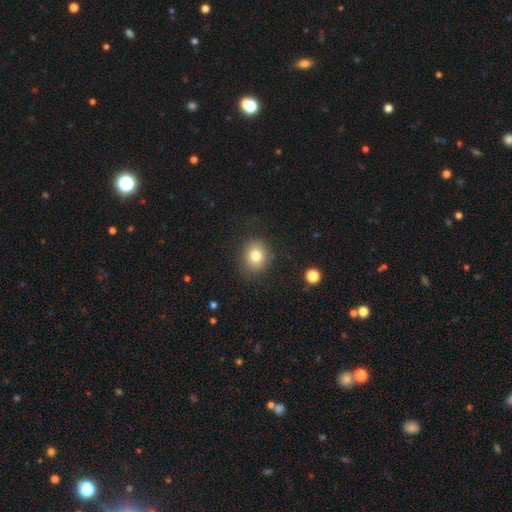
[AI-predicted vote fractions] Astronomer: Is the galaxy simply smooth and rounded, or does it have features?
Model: smooth — 78%.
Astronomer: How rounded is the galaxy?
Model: round — 70%.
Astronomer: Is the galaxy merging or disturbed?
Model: none — 85%.